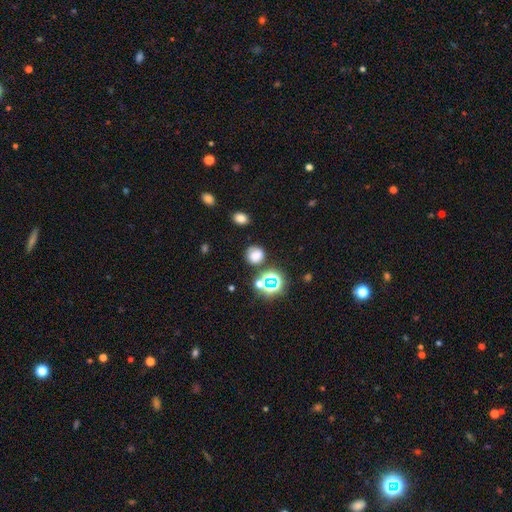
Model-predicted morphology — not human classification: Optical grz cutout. It shows a smooth galaxy with no disk features (67%) that is round (82%). Merging: none (74%).